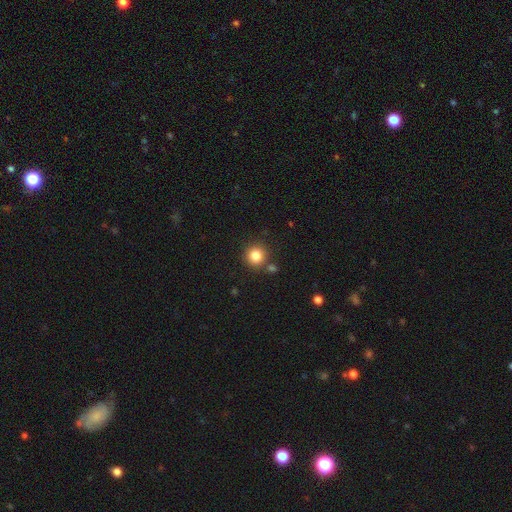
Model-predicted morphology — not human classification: smooth-or-featured: smooth: 84% | star or artifact: 11% | featured or disk: 5%
  how-rounded: round: 93% | in between: 6% | cigar-shaped: 1%
  merging: none: 82% | merger: 8% | minor disturbance: 8% | major disturbance: 3%